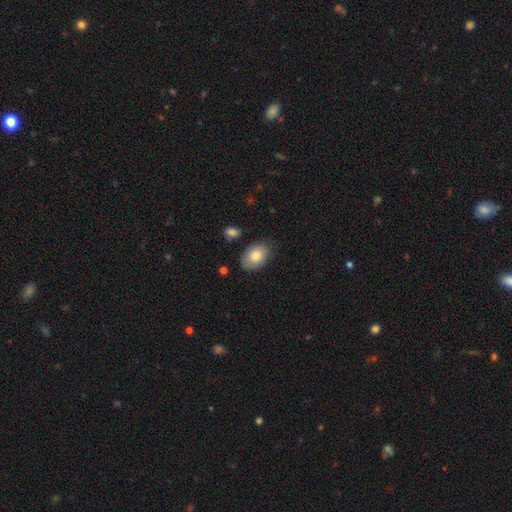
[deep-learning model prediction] This appears to be a smooth galaxy with no disk features (82%) that is in between round and cigar-shaped (88%). Merging: none (80%).